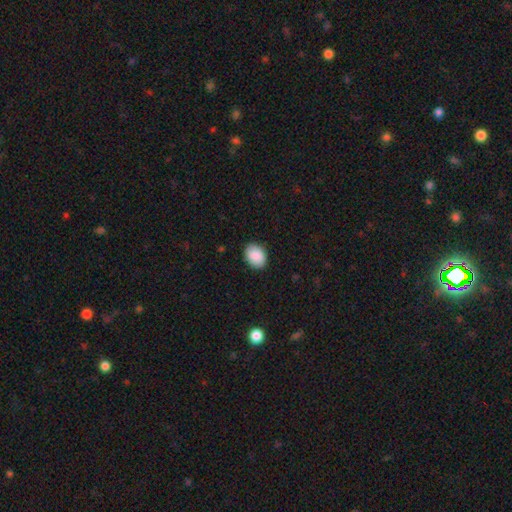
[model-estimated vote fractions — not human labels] This is clearly a smooth galaxy (89%). How rounded: likely in between (73%). Merging: clearly none (87%).